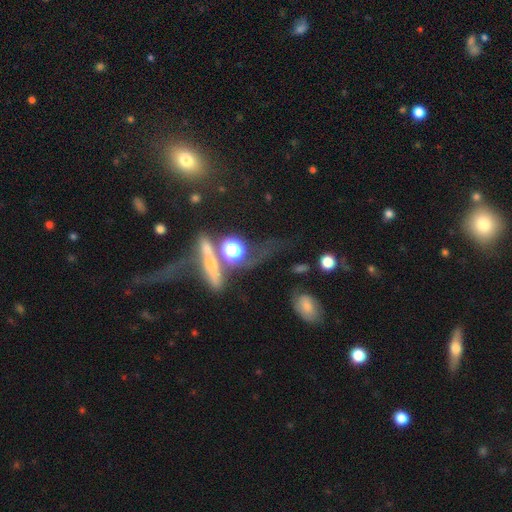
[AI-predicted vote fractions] Q: Smooth or featured?
A: star or artifact (42%); runner-up: featured or disk (36%)